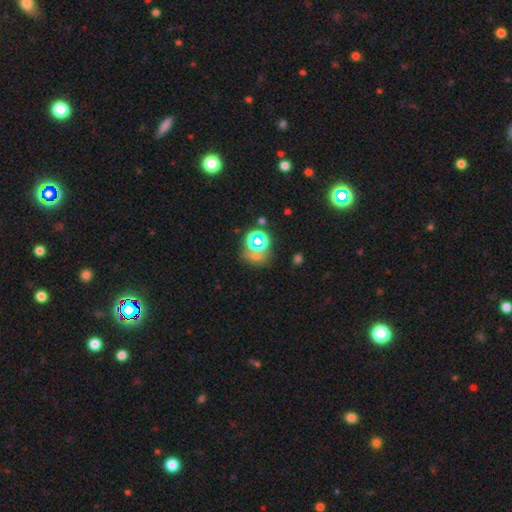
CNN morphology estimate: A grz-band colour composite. It shows a star or artifact, not a galaxy (56%).